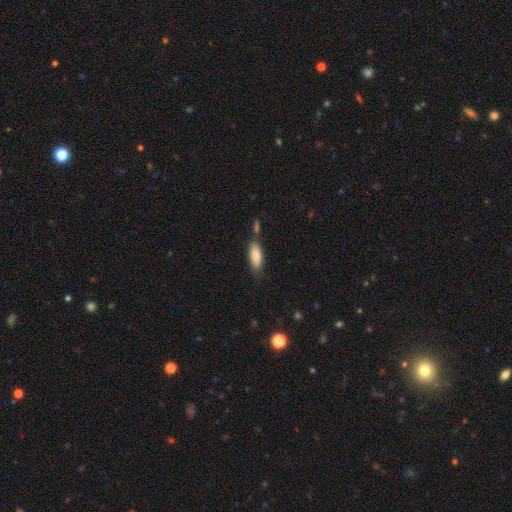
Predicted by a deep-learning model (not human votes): Smooth or featured?
  - smooth: 82% *
  - featured or disk: 12%
  - star or artifact: 6%
How rounded?
  - in between: 73% *
  - cigar-shaped: 25%
  - round: 2%
Merging?
  - none: 65% *
  - minor disturbance: 19%
  - merger: 11%
  - major disturbance: 5%